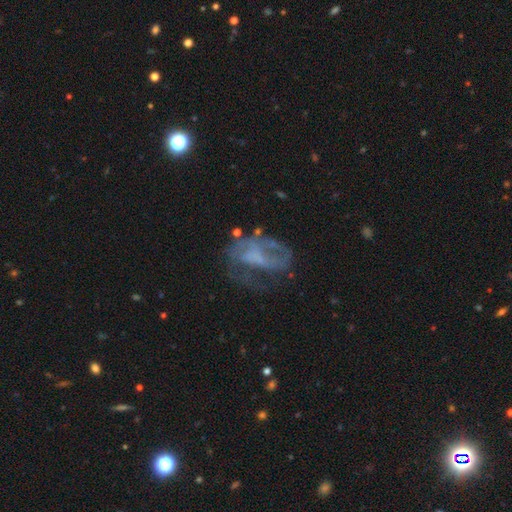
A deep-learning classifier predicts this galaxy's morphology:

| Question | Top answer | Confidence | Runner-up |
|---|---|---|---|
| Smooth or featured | featured or disk | 64% | smooth (24%) |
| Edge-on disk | no | 96% | yes (4%) |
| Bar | no | 61% | weak (28%) |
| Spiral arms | yes | 54% | no (46%) |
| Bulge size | none | 58% | small (21%) |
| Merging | major disturbance | 39% | none (36%) |